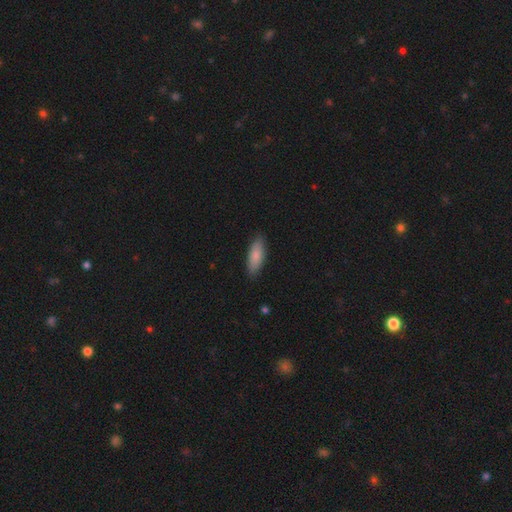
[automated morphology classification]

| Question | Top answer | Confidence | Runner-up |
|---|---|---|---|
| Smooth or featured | smooth | 83% | featured or disk (12%) |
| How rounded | in between | 71% | cigar-shaped (27%) |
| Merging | none | 85% | minor disturbance (12%) |